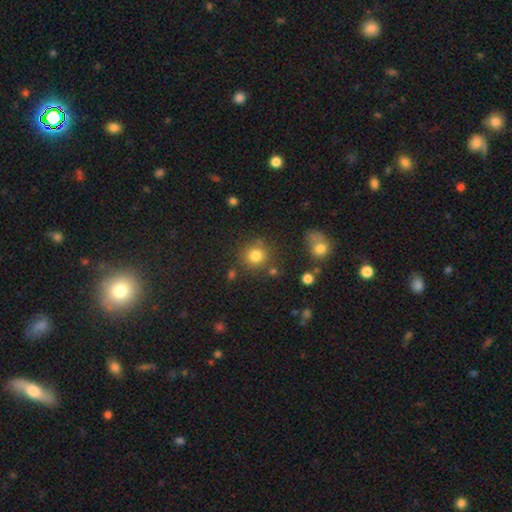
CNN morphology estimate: Q: Smooth or featured?
A: smooth (80%); runner-up: star or artifact (13%)
Q: How rounded?
A: round (89%); runner-up: in between (10%)
Q: Merging?
A: none (78%); runner-up: minor disturbance (11%)